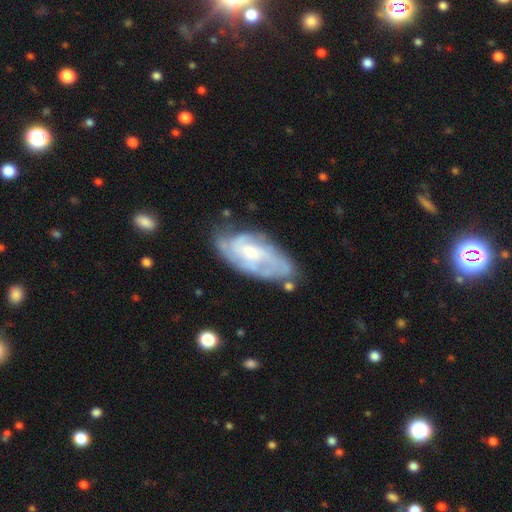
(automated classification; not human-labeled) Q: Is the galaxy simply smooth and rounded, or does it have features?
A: featured or disk — 71%.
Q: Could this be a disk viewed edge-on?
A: no — 92%.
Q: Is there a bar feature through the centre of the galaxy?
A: no — 62%.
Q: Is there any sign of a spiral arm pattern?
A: yes — 81%.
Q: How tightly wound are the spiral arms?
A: tight — 51%.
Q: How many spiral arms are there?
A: can't tell — 48%.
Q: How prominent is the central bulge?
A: small — 50%.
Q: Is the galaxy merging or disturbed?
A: none — 62%.